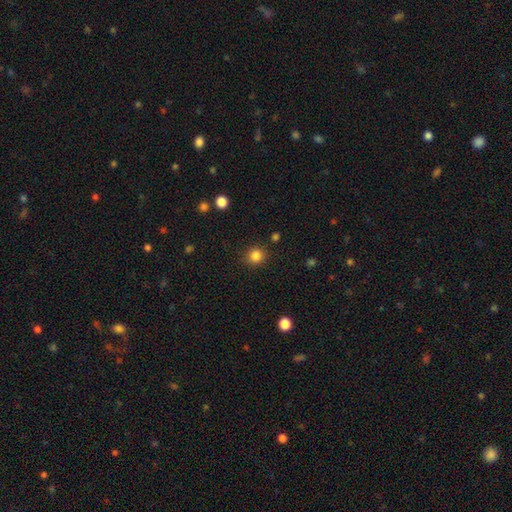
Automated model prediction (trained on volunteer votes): Smooth or featured: smooth — 84% (star or artifact — 12%)
How rounded: round — 90% (in between — 9%)
Merging: none — 88% (minor disturbance — 8%)